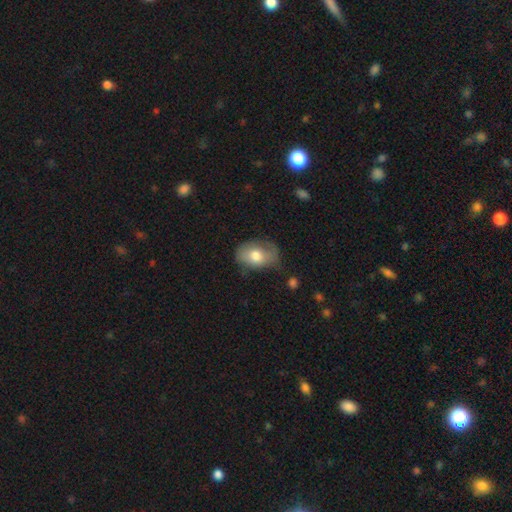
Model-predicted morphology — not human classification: Smooth or featured? Predicted: smooth (p=0.69). How rounded? Predicted: in between (p=0.80). Merging? Predicted: none (p=0.50).